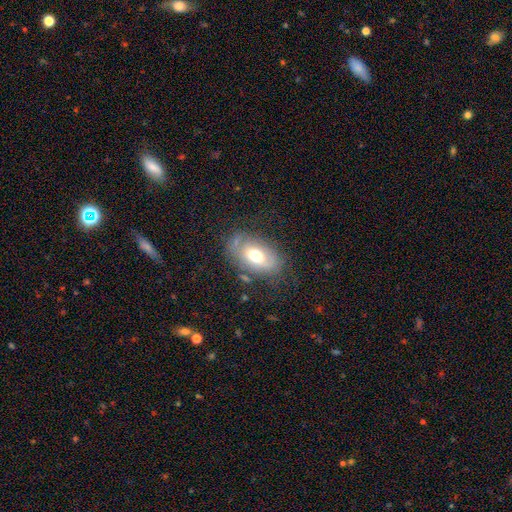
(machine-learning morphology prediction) smooth 58%, featured or disk 33%, star or artifact 9%. Down the decision tree: how rounded — in between (90%); merging — none (65%).